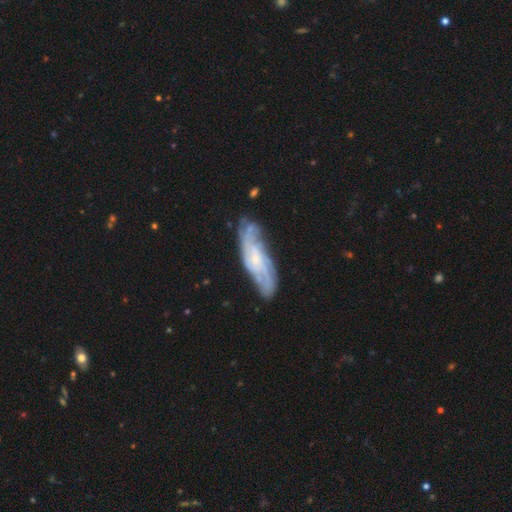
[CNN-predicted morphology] Q: Smooth or featured?
A: featured or disk (71%); runner-up: smooth (21%)
Q: Edge-on disk?
A: no (78%); runner-up: yes (22%)
Q: Bar?
A: no (63%); runner-up: weak (30%)
Q: Spiral arms?
A: yes (89%); runner-up: no (11%)
Q: Bulge size?
A: small (65%); runner-up: moderate (24%)
Q: Merging?
A: none (75%); runner-up: minor disturbance (18%)